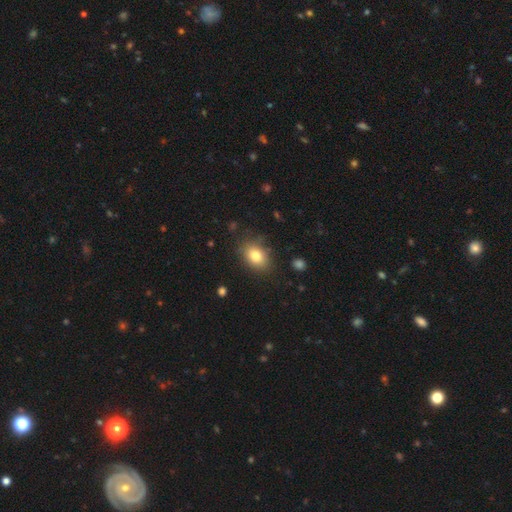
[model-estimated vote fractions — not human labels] This appears to be a smooth galaxy with no disk features (81%) that is in between round and cigar-shaped (74%). Merging: none (82%).